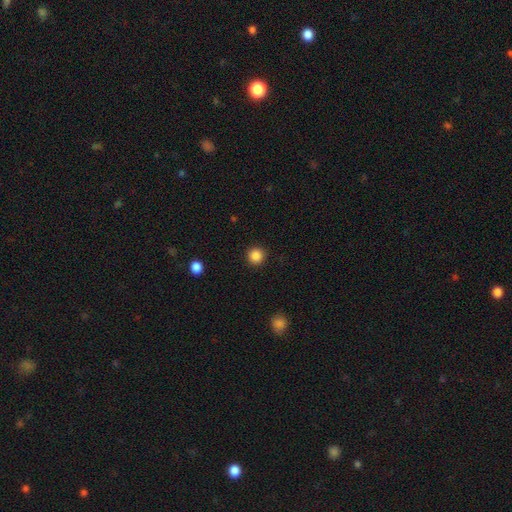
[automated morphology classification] Smooth or featured?
  - smooth: 86% *
  - star or artifact: 11%
  - featured or disk: 3%
How rounded?
  - round: 95% *
  - in between: 4%
  - cigar-shaped: 1%
Merging?
  - none: 92% *
  - minor disturbance: 5%
  - major disturbance: 2%
  - merger: 1%